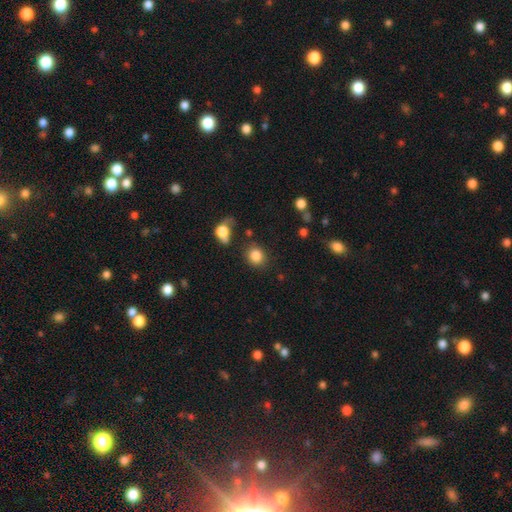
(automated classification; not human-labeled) smooth-or-featured: smooth: 84% | star or artifact: 10% | featured or disk: 6%
  how-rounded: round: 74% | in between: 25% | cigar-shaped: 1%
  merging: none: 77% | minor disturbance: 12% | merger: 6% | major disturbance: 5%